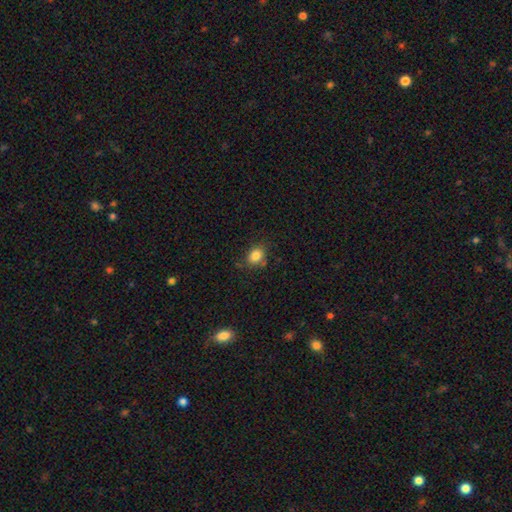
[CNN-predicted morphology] Smooth or featured? smooth (83%)
How rounded? round (52%)
Merging? none (74%)